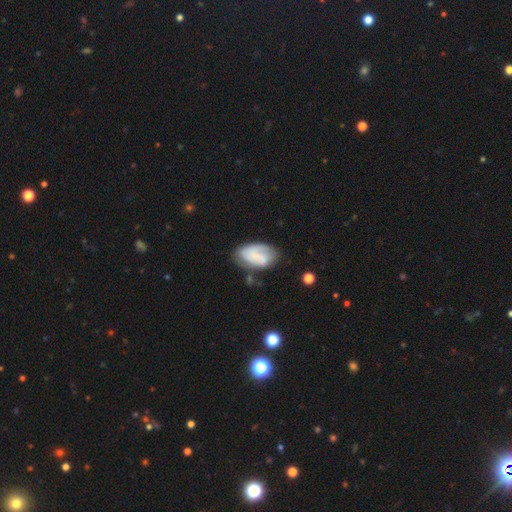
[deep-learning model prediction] Morphology: type=smooth (52%); roundness=in between (92%); merging=none (59%).